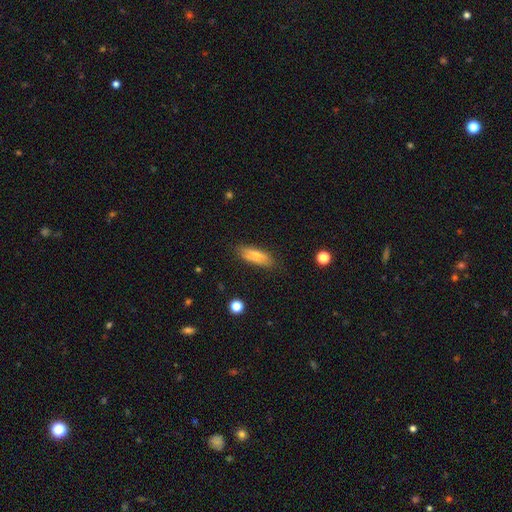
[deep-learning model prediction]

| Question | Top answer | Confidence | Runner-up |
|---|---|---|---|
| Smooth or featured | smooth | 74% | featured or disk (18%) |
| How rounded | in between | 59% | cigar-shaped (39%) |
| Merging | none | 80% | minor disturbance (15%) |